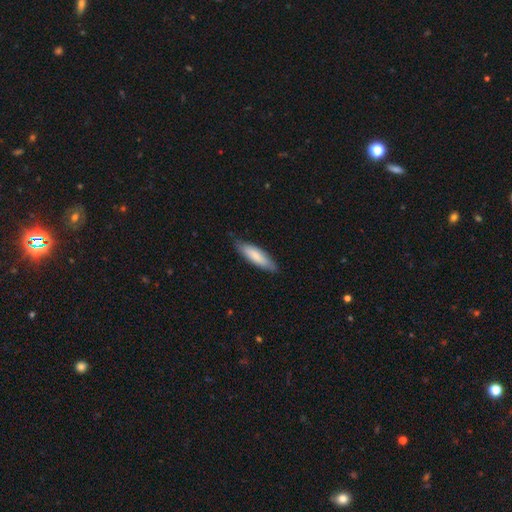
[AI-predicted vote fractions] Smooth or featured?
  - smooth: 81% *
  - featured or disk: 14%
  - star or artifact: 5%
How rounded?
  - cigar-shaped: 60% *
  - in between: 39%
  - round: 1%
Merging?
  - none: 81% *
  - minor disturbance: 15%
  - major disturbance: 2%
  - merger: 1%